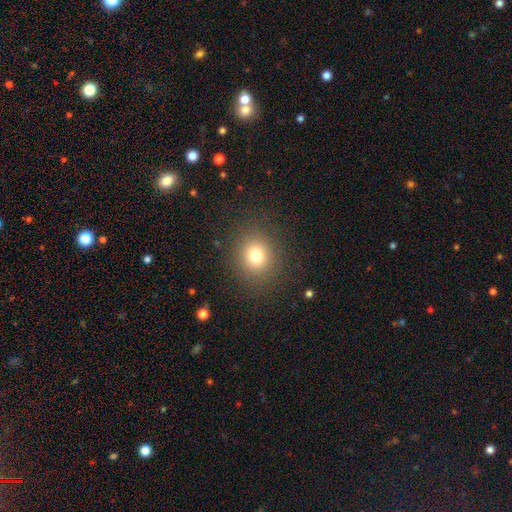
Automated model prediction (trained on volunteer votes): A smooth galaxy with no disk features (76%) that is round (79%).

Vote fractions:
- Smooth or featured? smooth: 76% / star or artifact: 15% / featured or disk: 9%
- How rounded? round: 79% / in between: 20% / cigar-shaped: 1%
- Merging? none: 87% / minor disturbance: 8% / major disturbance: 4% / merger: 1%